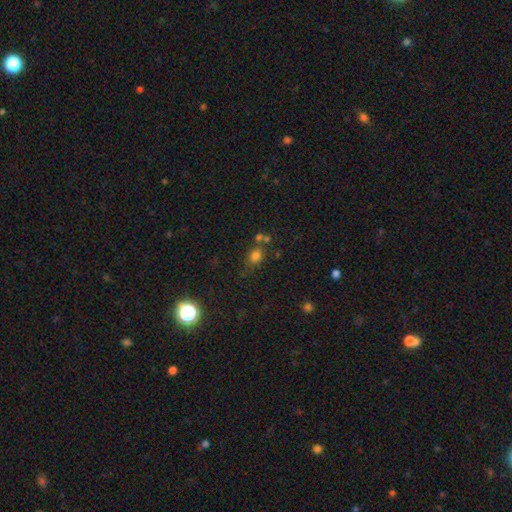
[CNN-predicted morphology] Smooth or featured: smooth — 73% (star or artifact — 18%)
How rounded: round — 60% (in between — 38%)
Merging: none — 59% (merger — 21%)